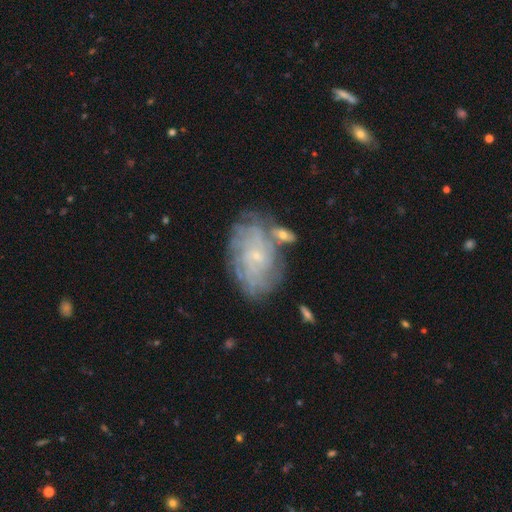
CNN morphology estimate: Overall: featured or disk (75%). Edge-on disk: no (96%). Bar: no (74%). Spiral arms: yes (86%). Spiral arm count: can't tell (52%; 4 15%). Spiral winding: tight (69%). Bulge size: small (84%). Merging: none (66%).